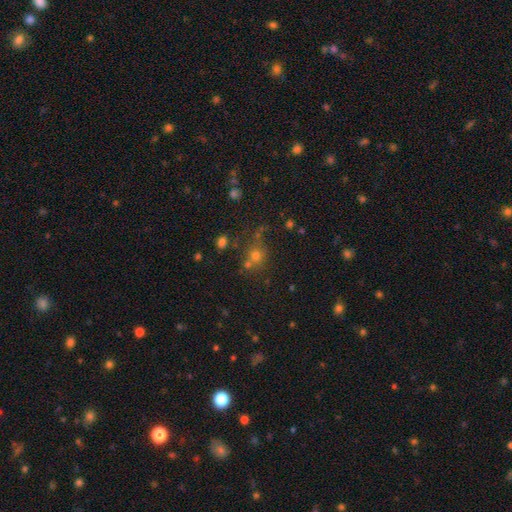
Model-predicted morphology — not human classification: A smooth galaxy with no disk features (62%) that is round (83%).

Vote fractions:
- Smooth or featured? smooth: 62% / star or artifact: 27% / featured or disk: 11%
- How rounded? round: 83% / in between: 16% / cigar-shaped: 1%
- Merging? none: 61% / merger: 21% / minor disturbance: 12% / major disturbance: 6%